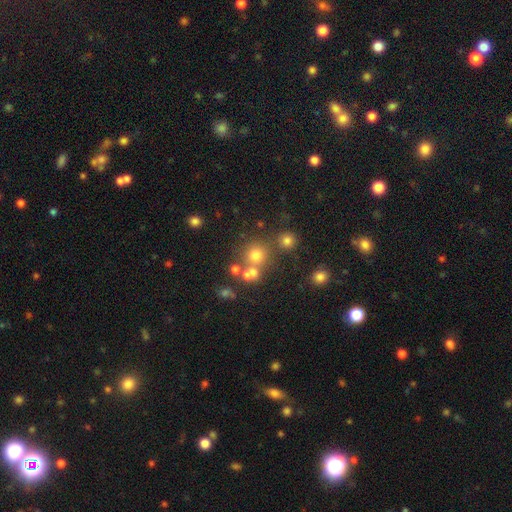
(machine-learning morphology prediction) Smooth or featured? Predicted: smooth (p=0.69). How rounded? Predicted: round (p=0.90). Merging? Predicted: none (p=0.62).